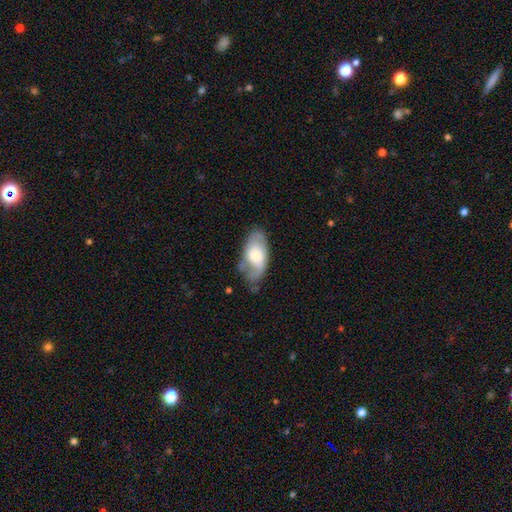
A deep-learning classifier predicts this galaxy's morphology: A featured or disk galaxy (49%). Merging: none (59%).